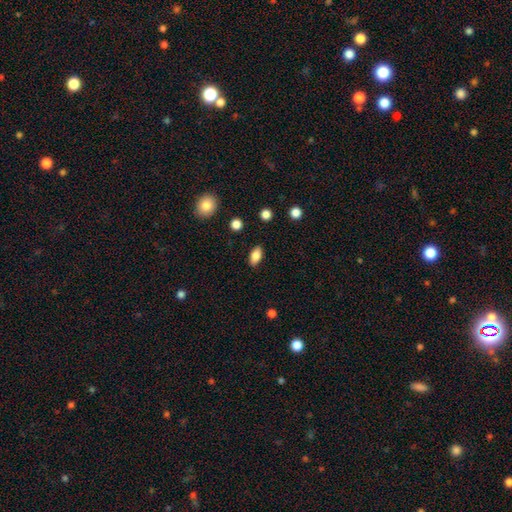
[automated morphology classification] Smooth or featured: smooth — 85% (star or artifact — 8%)
How rounded: in between — 89% (cigar-shaped — 6%)
Merging: none — 87% (minor disturbance — 9%)